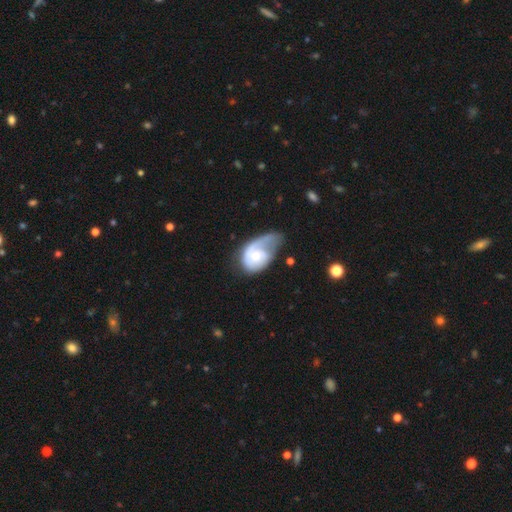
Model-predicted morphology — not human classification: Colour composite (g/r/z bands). It shows a featured or disk galaxy (67%) with no bar (70%), 1 (66%) medium (35%, tied with loose) spiral arms (84%) and a moderate central bulge (49%). Merging: major disturbance (43%).